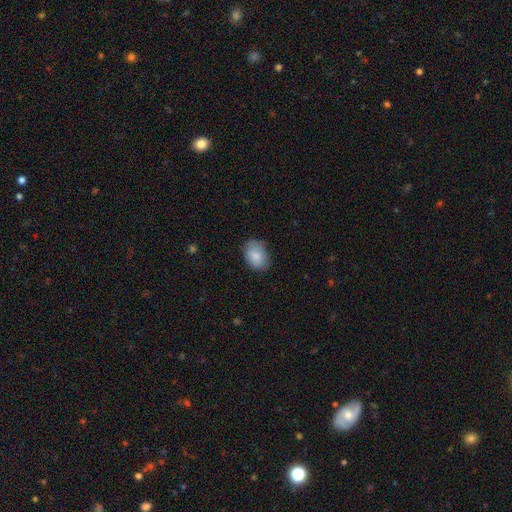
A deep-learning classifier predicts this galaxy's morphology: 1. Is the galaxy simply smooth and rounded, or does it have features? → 85% smooth, 8% featured or disk, 7% star or artifact.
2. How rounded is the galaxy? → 77% in between, 22% round, 1% cigar-shaped.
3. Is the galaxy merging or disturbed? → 78% none, 17% minor disturbance, 4% major disturbance, 1% merger.